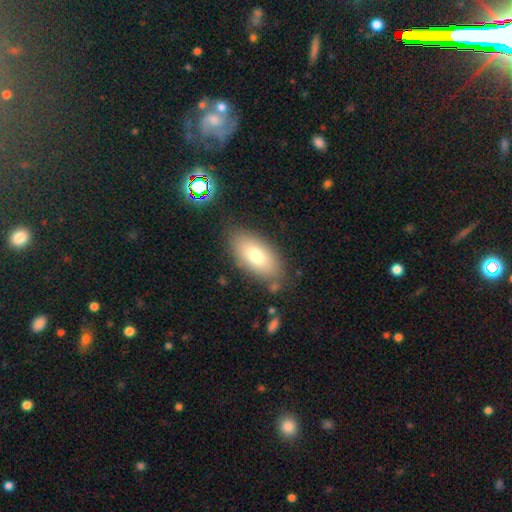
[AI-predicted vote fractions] Morphology: type=smooth (74%); roundness=in between (91%); merging=none (79%).